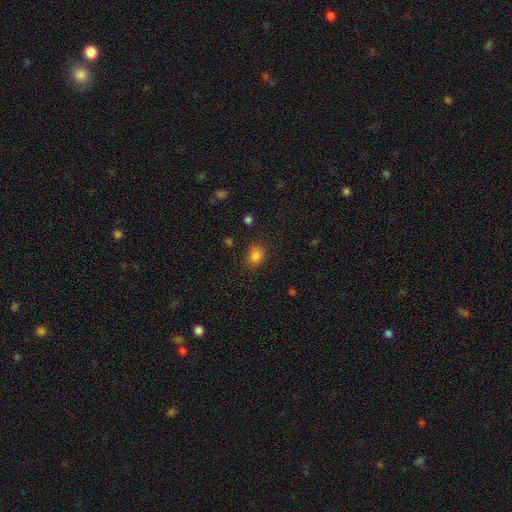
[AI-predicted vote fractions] smooth 83%, star or artifact 12%, featured or disk 5%. Down the decision tree: how rounded — in between (50%); merging — none (80%).